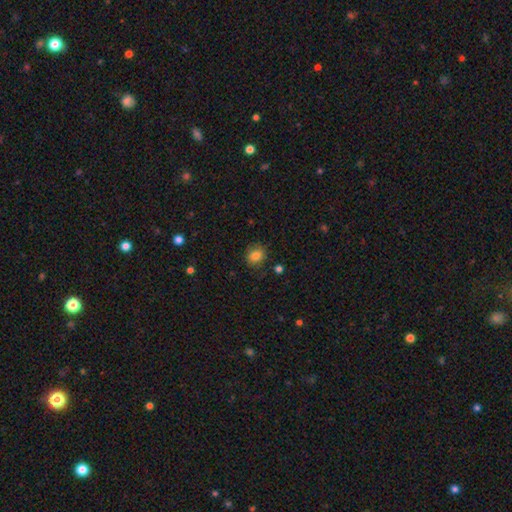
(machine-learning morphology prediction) smooth 82%, star or artifact 11%, featured or disk 7%. Down the decision tree: how rounded — round (72%); merging — none (83%).